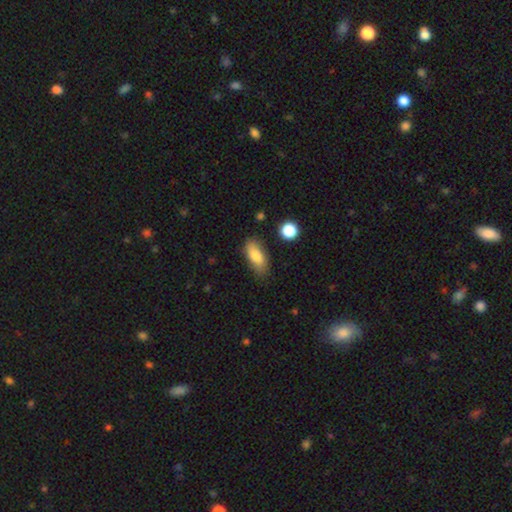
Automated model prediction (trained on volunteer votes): This appears to be a smooth galaxy with no disk features (78%) that is in between round and cigar-shaped (83%). Merging: none (76%).